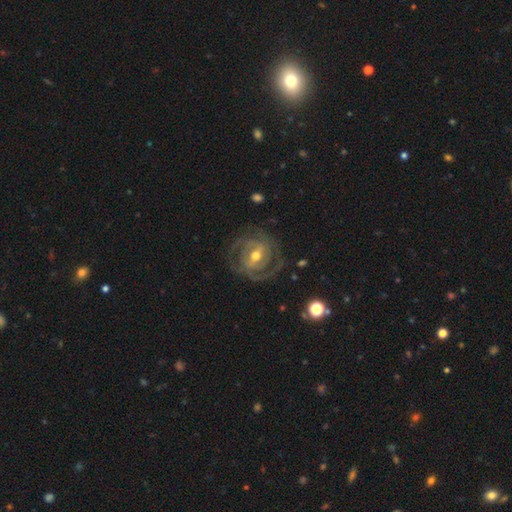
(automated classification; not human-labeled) A featured or disk galaxy (89%) with a weak bar (44%), 2 (53%) tight (58%) spiral arms (95%) and a moderate central bulge (71%).

Vote fractions:
- Smooth or featured? featured or disk: 89% / smooth: 6% / star or artifact: 5%
- Edge-on disk? no: 97% / yes: 3%
- Bar? weak: 44% / strong: 35% / no: 21%
- Spiral arms? yes: 95% / no: 5%
- Spiral winding? tight: 58% / medium: 35% / loose: 8%
- Spiral arm count? 2: 53% / 3: 19% / can't tell: 15% / 4: 5% / 1: 5% / more than 4: 4%
- Bulge size? moderate: 71% / small: 24% / large: 4% / none: 1% / dominant: 1%
- Merging? none: 76% / minor disturbance: 14% / major disturbance: 9% / merger: 1%